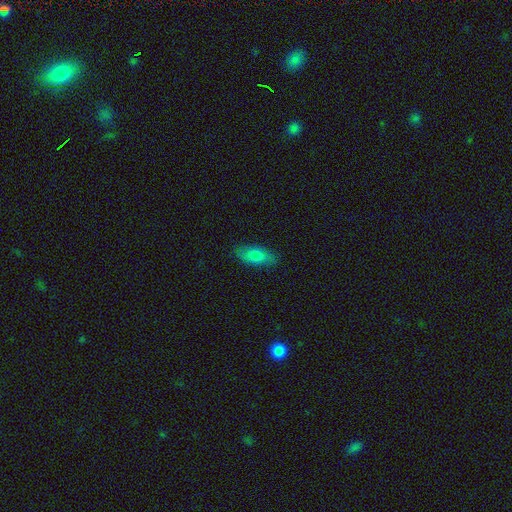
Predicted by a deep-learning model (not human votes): A smooth galaxy with no disk features (79%) that is in between round and cigar-shaped (86%). Merging: none (84%).